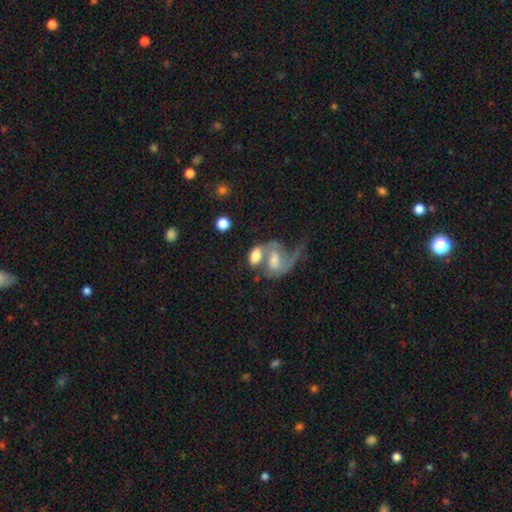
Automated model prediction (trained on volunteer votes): Morphology: type=smooth (58%); roundness=in between (83%); merging=merger (60%).